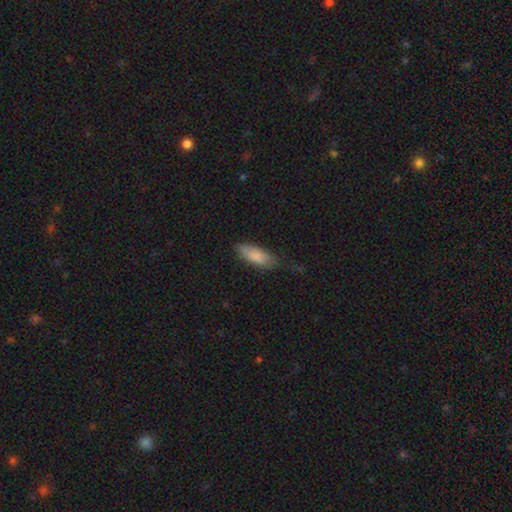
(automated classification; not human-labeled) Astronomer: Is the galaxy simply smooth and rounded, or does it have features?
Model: smooth — 84%.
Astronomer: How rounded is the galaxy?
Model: in between — 75%.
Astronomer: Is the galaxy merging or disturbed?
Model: none — 51% (runner-up: minor disturbance, 34%).